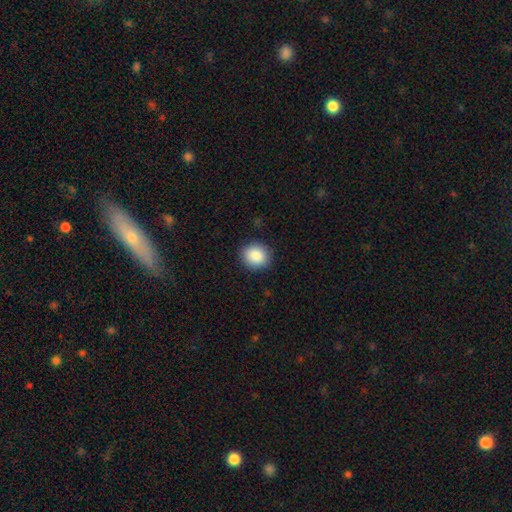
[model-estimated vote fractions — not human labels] Morphology: type=smooth (88%); roundness=round (80%); merging=none (89%).